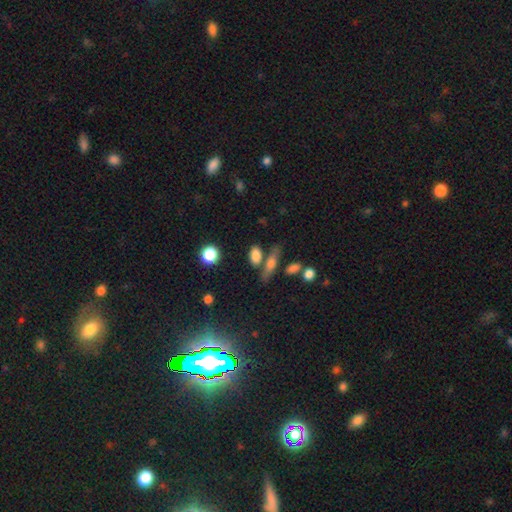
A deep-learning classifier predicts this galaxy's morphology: type=smooth (79%); roundness=in between (79%); merging=none (62%).